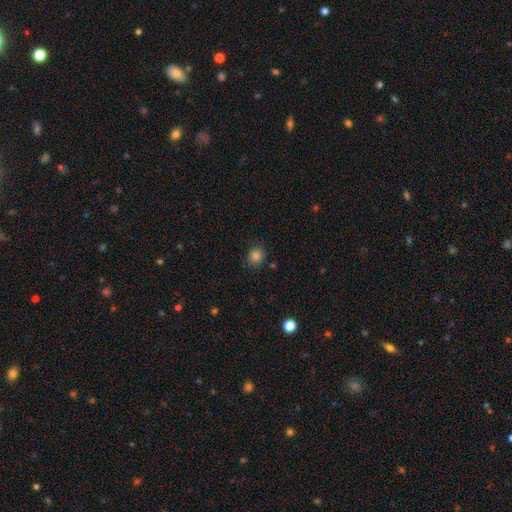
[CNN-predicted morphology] This is clearly a smooth galaxy (83%). How rounded: likely round (76%). Merging: clearly none (82%).